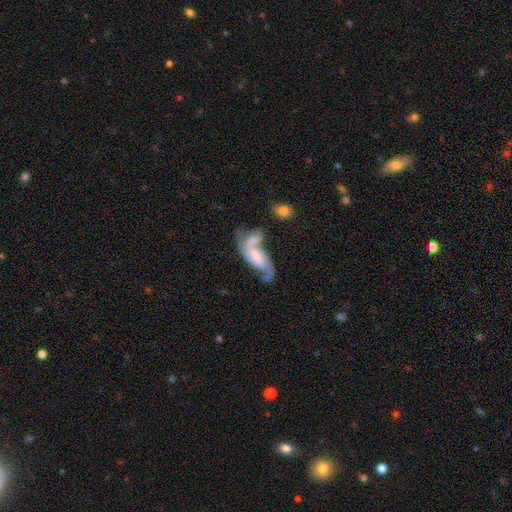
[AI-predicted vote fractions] The model was most divided on "bulge size": moderate: 35%, small: 31%, none: 19%, large: 13%, dominant: 2%. Remaining: edge-on disk — no (92%); spiral arms — yes (90%); spiral arm count — 2 (82%); smooth or featured — featured or disk (73%); bar — no (47%); spiral winding — loose (45%); merging — merger (40%).